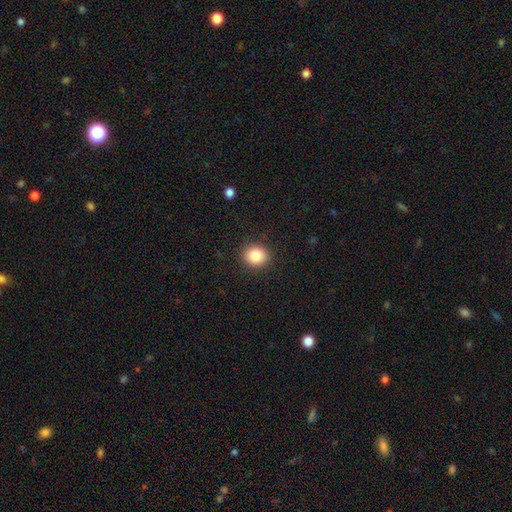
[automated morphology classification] smooth-or-featured: smooth: 85% | star or artifact: 9% | featured or disk: 5%
  how-rounded: round: 76% | in between: 23% | cigar-shaped: 1%
  merging: none: 90% | minor disturbance: 6% | major disturbance: 2% | merger: 1%